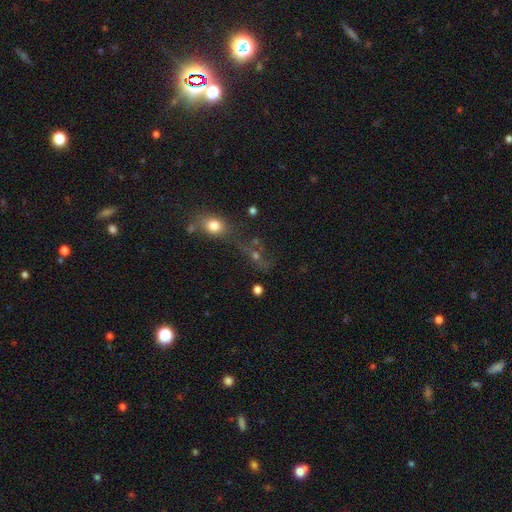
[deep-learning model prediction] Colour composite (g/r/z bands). It shows a smooth galaxy with no disk features (42%). Merging: none (44%).